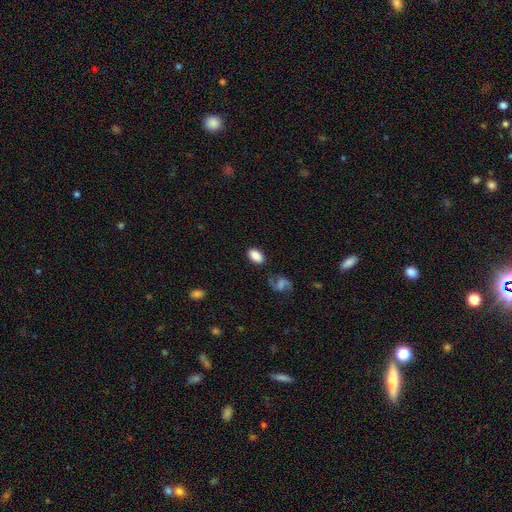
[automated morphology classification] Overall: smooth (84%). How rounded: in between (91%). Merging: none (78%).